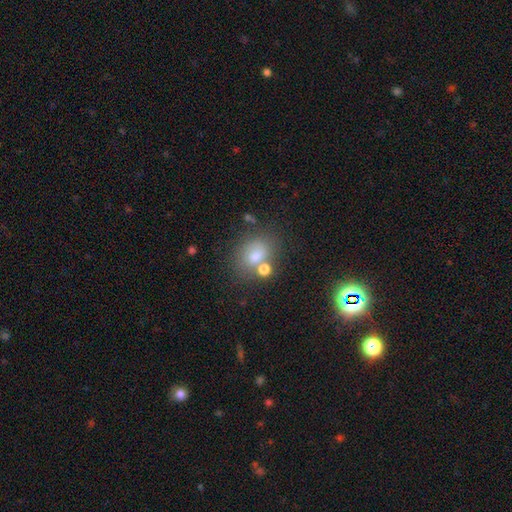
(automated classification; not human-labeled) The model was most divided on "how rounded": in between: 53%, round: 46%, cigar-shaped: 1%. More confident: smooth or featured — smooth (68%); merging — none (61%).